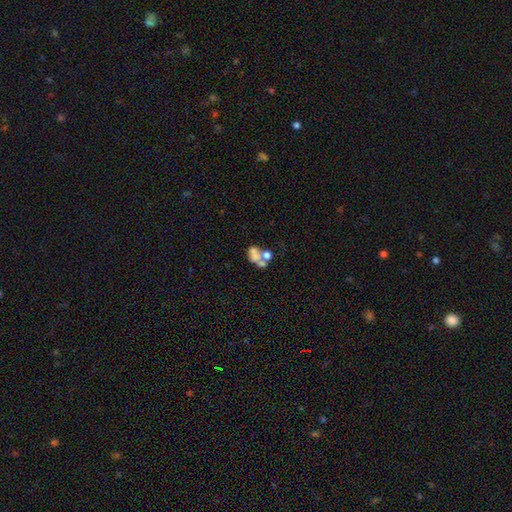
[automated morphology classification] A smooth galaxy with no disk features (49%).

Vote fractions:
- Smooth or featured? smooth: 49% / featured or disk: 37% / star or artifact: 14%
- Merging? merger: 58% / none: 21% / major disturbance: 12% / minor disturbance: 9%